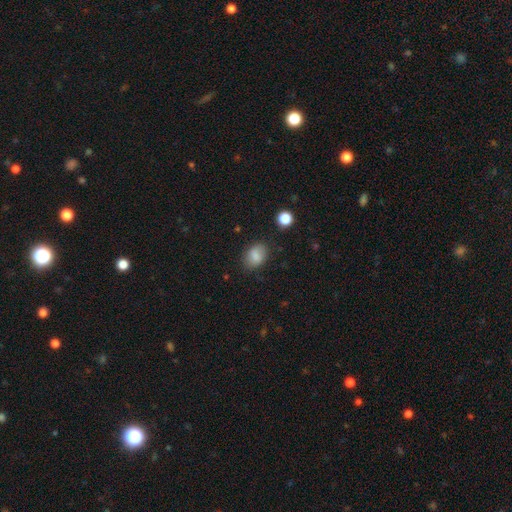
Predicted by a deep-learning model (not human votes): Overall: smooth (83%). How rounded: in between (71%). Merging: none (77%).